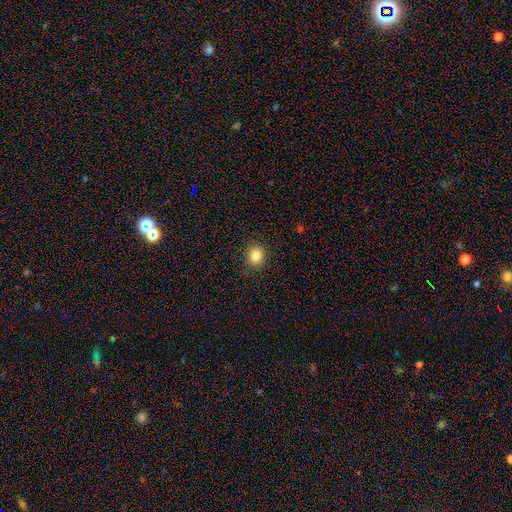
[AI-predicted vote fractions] Smooth or featured: smooth — 84% (star or artifact — 11%)
How rounded: round — 72% (in between — 27%)
Merging: none — 89% (minor disturbance — 8%)